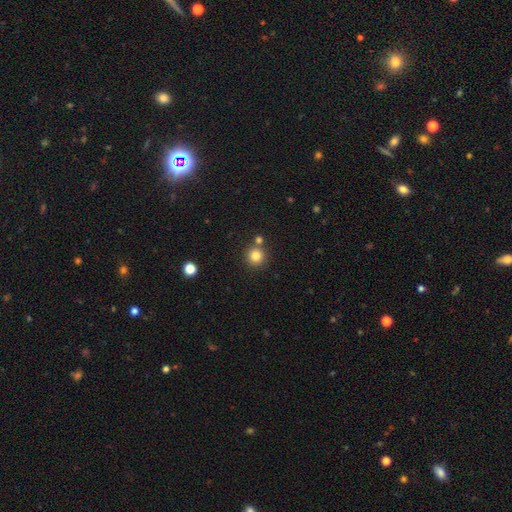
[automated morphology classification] smooth 82%, star or artifact 12%, featured or disk 6%. Down the decision tree: how rounded — round (94%); merging — none (78%).